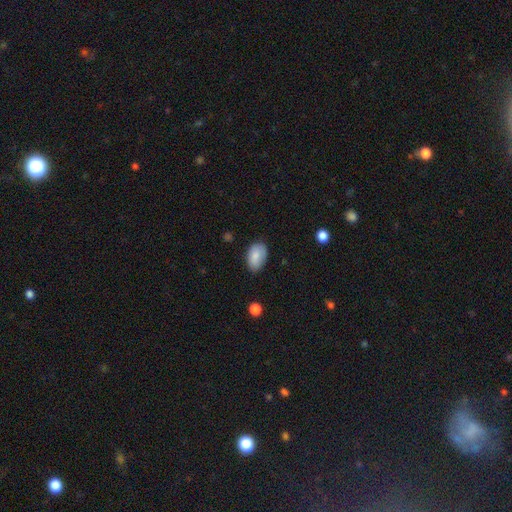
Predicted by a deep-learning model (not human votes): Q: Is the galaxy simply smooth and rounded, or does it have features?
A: smooth — 85%.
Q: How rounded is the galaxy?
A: in between — 91%.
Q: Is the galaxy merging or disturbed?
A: none — 74%.